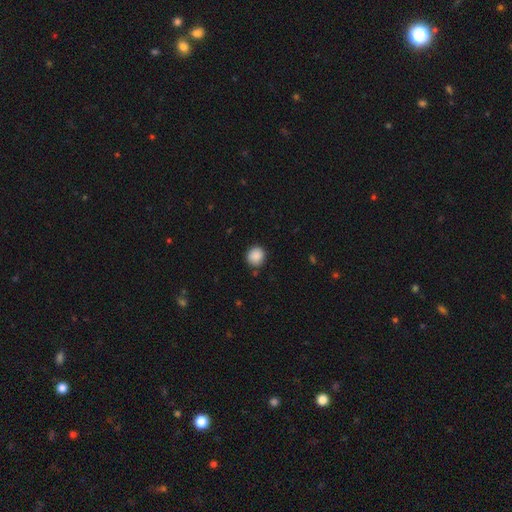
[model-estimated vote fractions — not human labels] This appears to be a smooth galaxy with no disk features (89%) that is round (84%). Merging: none (85%).